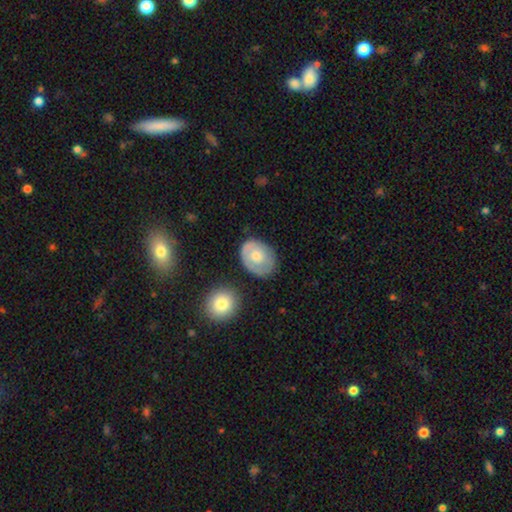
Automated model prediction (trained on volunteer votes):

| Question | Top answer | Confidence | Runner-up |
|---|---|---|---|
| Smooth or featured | smooth | 56% | featured or disk (38%) |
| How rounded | in between | 62% | round (37%) |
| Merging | none | 67% | minor disturbance (22%) |